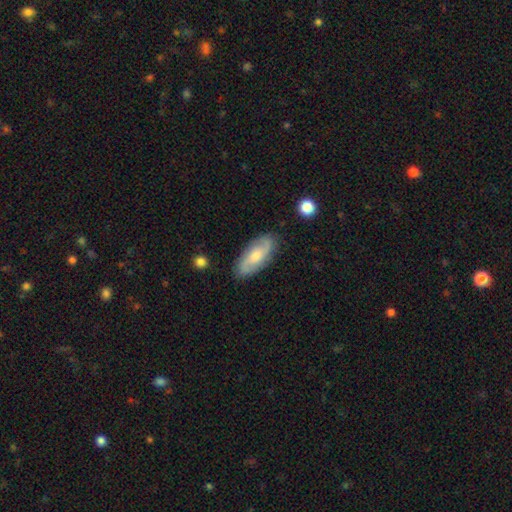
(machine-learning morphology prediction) smooth_or_featured: featured or disk (p=0.58) [alt: smooth p=0.36]
disk_edge_on: no (p=0.89) [alt: yes p=0.11]
bar: no (p=0.57) [alt: weak p=0.36]
has_spiral_arms: yes (p=0.89) [alt: no p=0.11]
bulge_size: moderate (p=0.55) [alt: small p=0.35]
merging: none (p=0.85) [alt: minor disturbance p=0.11]